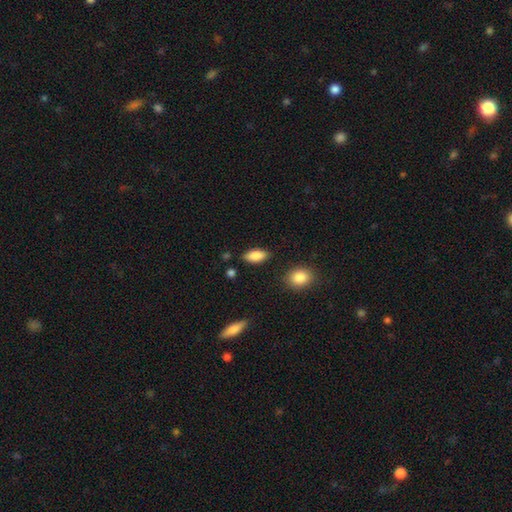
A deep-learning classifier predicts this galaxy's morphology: Overall: smooth (84%). How rounded: in between (87%). Merging: none (84%).